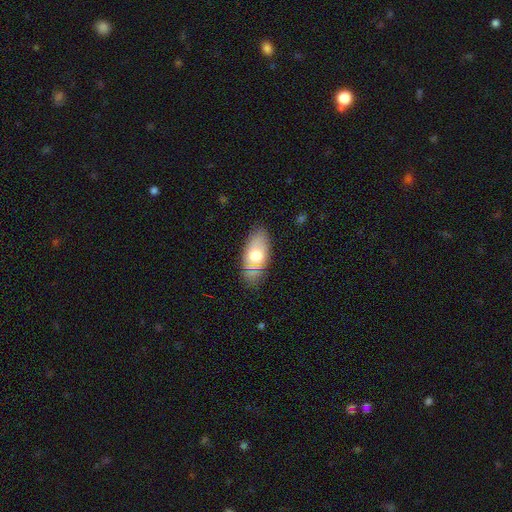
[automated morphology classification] Smooth or featured: smooth — 67% (featured or disk — 24%)
How rounded: in between — 87% (cigar-shaped — 7%)
Merging: none — 76% (minor disturbance — 18%)